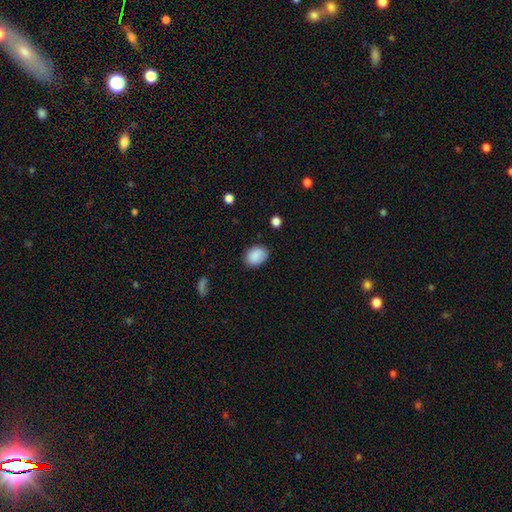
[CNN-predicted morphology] This appears to be a smooth galaxy with no disk features (88%) that is in between round and cigar-shaped (63%). Merging: none (80%).